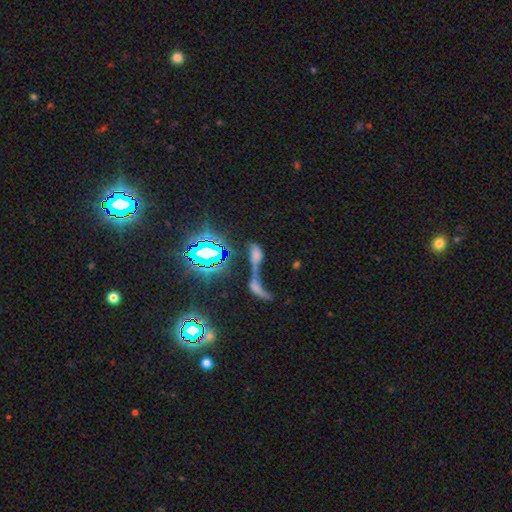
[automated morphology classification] A smooth galaxy with no disk features (37%). Merging: merger (58%).